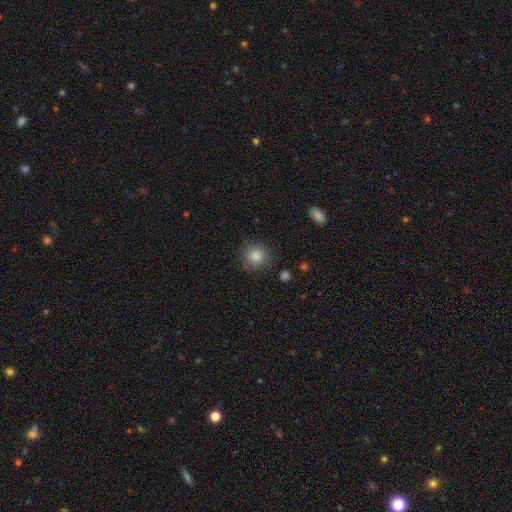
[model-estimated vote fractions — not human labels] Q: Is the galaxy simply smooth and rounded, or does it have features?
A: smooth — 85%.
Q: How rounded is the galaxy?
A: round — 90%.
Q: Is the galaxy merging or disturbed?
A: none — 85%.